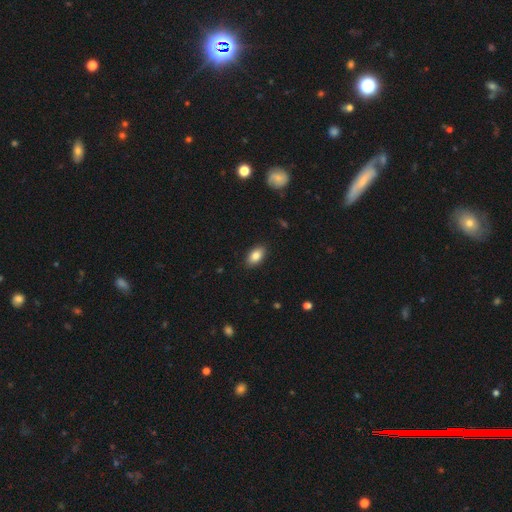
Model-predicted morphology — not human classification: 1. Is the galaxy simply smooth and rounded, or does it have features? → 85% smooth, 8% star or artifact, 7% featured or disk.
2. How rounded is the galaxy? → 92% in between, 6% round, 2% cigar-shaped.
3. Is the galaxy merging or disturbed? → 89% none, 8% minor disturbance, 2% major disturbance, 1% merger.